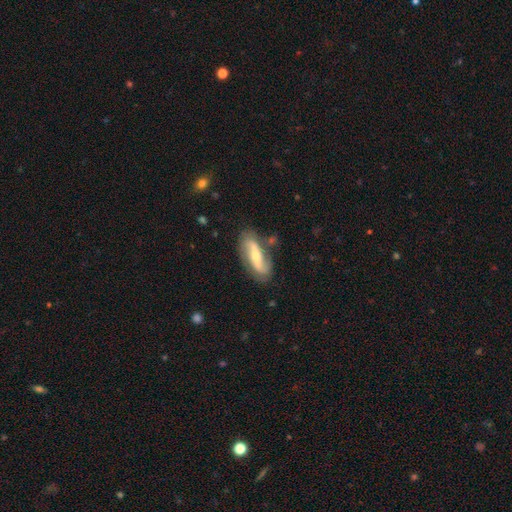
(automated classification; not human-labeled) Smooth or featured?
  - featured or disk: 65% *
  - smooth: 29%
  - star or artifact: 6%
Edge-on disk?
  - no: 81% *
  - yes: 19%
Bar?
  - strong: 41% *
  - weak: 30%
  - no: 29%
Spiral arms?
  - yes: 84% *
  - no: 16%
Bulge size?
  - moderate: 49% *
  - small: 42%
  - large: 5%
  - none: 3%
  - dominant: 1%
Merging?
  - none: 75% *
  - minor disturbance: 16%
  - major disturbance: 5%
  - merger: 4%